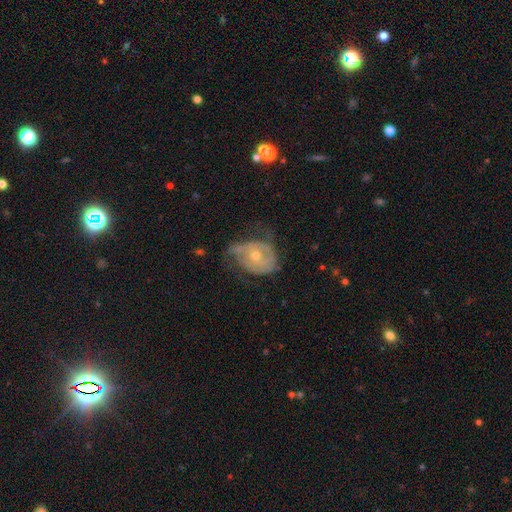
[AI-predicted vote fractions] Smooth or featured? featured or disk (72%)
Edge-on disk? no (97%)
Bar? no (79%)
Spiral arms? yes (78%)
Spiral winding? tight (50%)
Spiral arm count? 2 (36%)
Bulge size? moderate (49%)
Merging? none (40%)